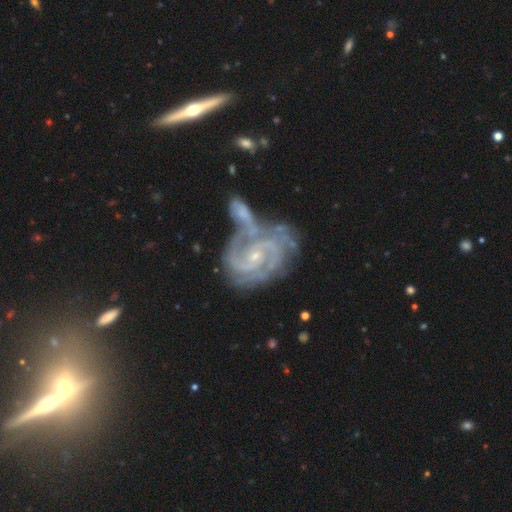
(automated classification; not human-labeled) A featured or disk galaxy (92%) with no bar (52%), 2 (56%) tight (56%) spiral arms (98%) and a small central bulge (76%). Merging: merger (49%).